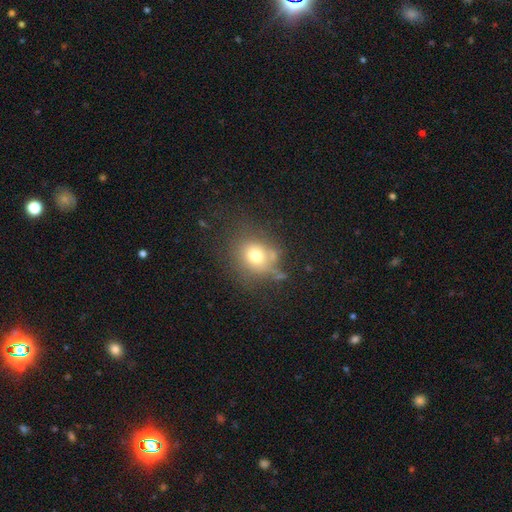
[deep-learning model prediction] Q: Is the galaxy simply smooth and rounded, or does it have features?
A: smooth — 71%.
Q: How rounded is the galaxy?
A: round — 73%.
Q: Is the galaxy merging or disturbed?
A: none — 61%.